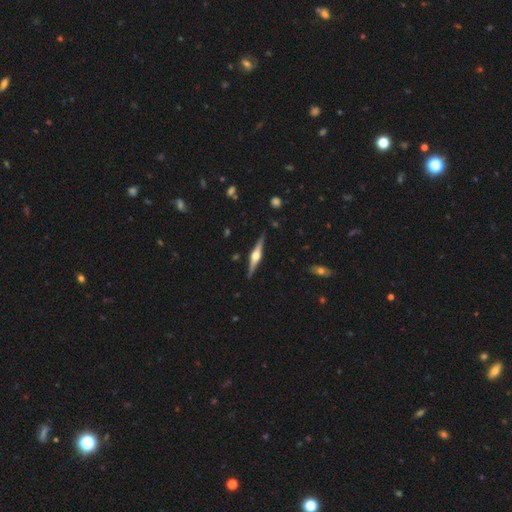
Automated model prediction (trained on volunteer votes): Q: Smooth or featured?
A: featured or disk (80%); runner-up: smooth (15%)
Q: Edge-on disk?
A: yes (98%); runner-up: no (2%)
Q: Edge-on bulge?
A: rounded (94%); runner-up: boxy (4%)
Q: Merging?
A: none (90%); runner-up: minor disturbance (7%)